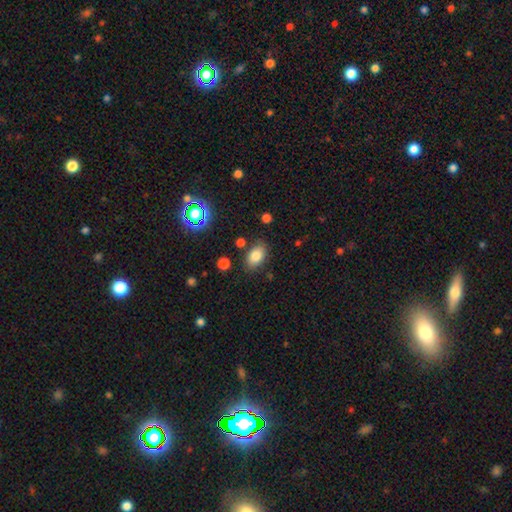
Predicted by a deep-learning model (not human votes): A smooth galaxy with no disk features (81%) that is in between round and cigar-shaped (87%).

Vote fractions:
- Smooth or featured? smooth: 81% / star or artifact: 10% / featured or disk: 8%
- How rounded? in between: 87% / round: 11% / cigar-shaped: 2%
- Merging? none: 80% / minor disturbance: 13% / merger: 4% / major disturbance: 4%